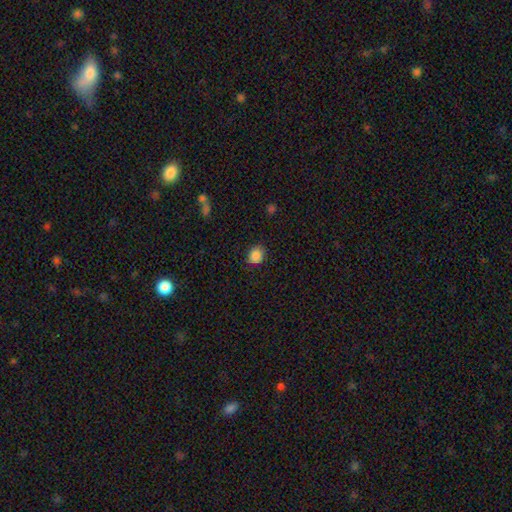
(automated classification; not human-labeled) Smooth or featured? smooth (86%)
How rounded? round (62%)
Merging? none (81%)